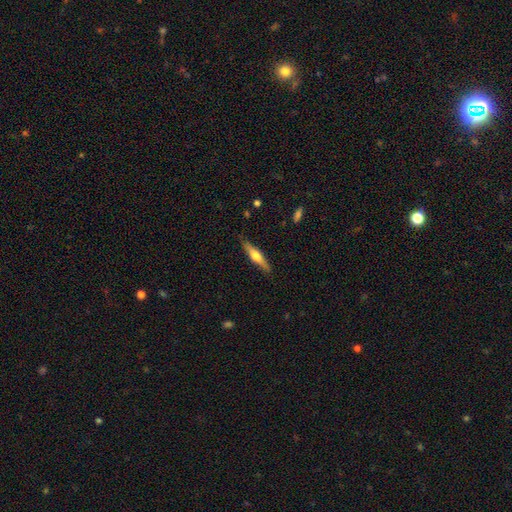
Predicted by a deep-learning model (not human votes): This appears to be a featured or disk galaxy (58%) viewed edge-on (96%) with a rounded central bulge (89%). Merging: none (88%).